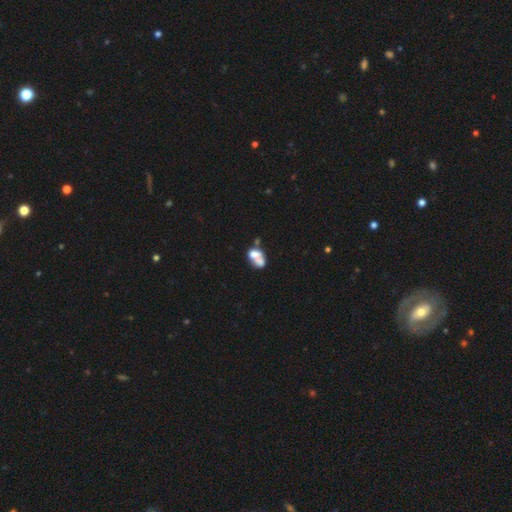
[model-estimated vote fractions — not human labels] This appears to be a smooth galaxy with no disk features (57%) that is in between round and cigar-shaped (69%). Merging: merger (60%).